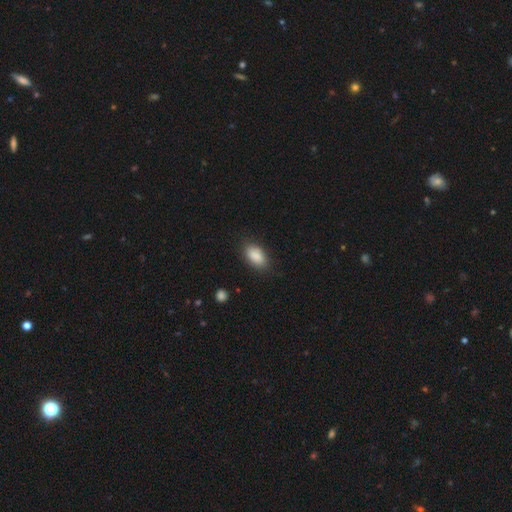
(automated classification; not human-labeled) smooth_or_featured: smooth (p=0.88) [alt: star or artifact p=0.07]
how_rounded: in between (p=0.92) [alt: round p=0.05]
merging: none (p=0.83) [alt: minor disturbance p=0.12]